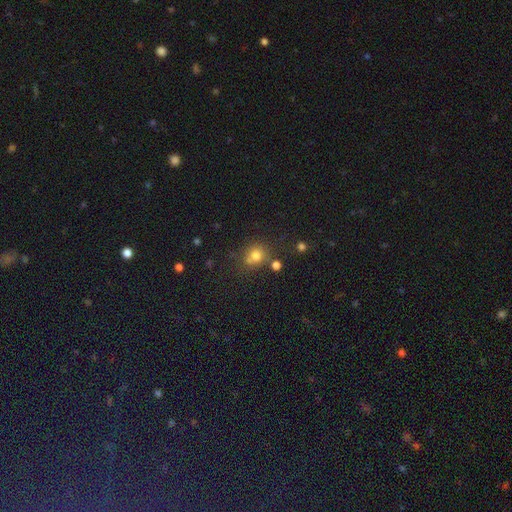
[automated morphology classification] Q: Smooth or featured?
A: smooth (74%); runner-up: star or artifact (17%)
Q: How rounded?
A: round (83%); runner-up: in between (16%)
Q: Merging?
A: none (59%); runner-up: merger (23%)